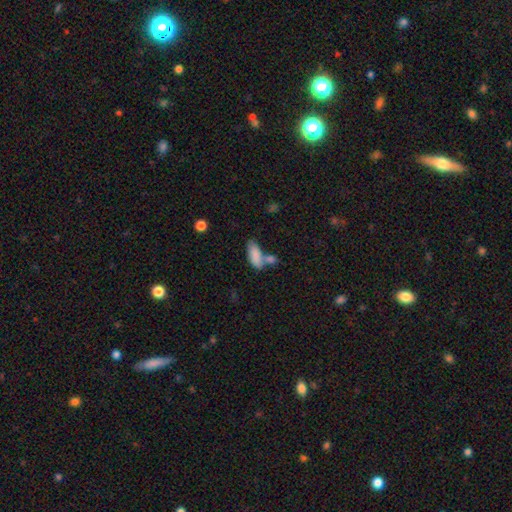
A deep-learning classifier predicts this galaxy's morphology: Smooth or featured: smooth — 83% (featured or disk — 10%)
How rounded: in between — 78% (cigar-shaped — 20%)
Merging: merger — 42% (none — 37%)